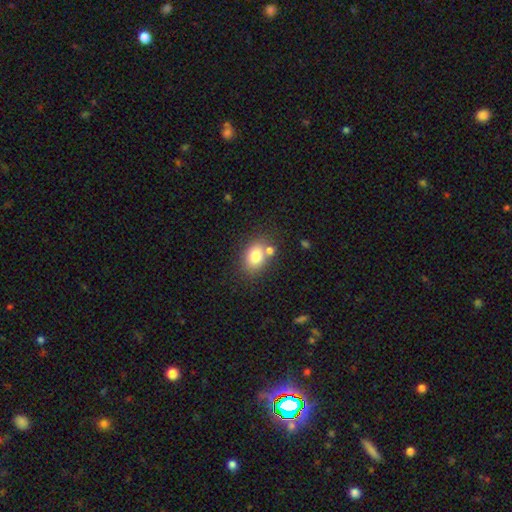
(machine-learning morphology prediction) Smooth or featured? smooth (78%)
How rounded? in between (70%)
Merging? none (64%)